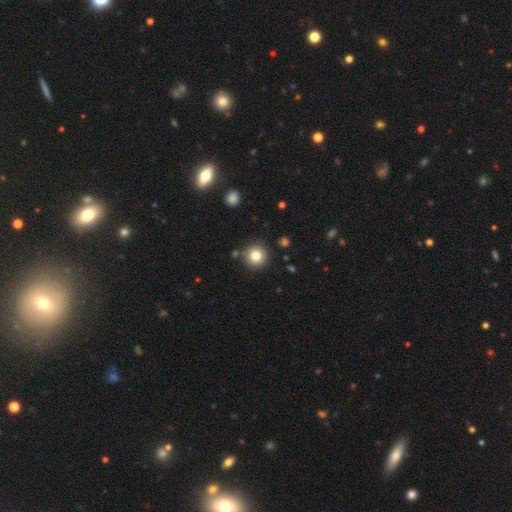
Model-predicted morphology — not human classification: This is clearly a smooth galaxy (81%). How rounded: clearly round (95%). Merging: clearly none (87%).